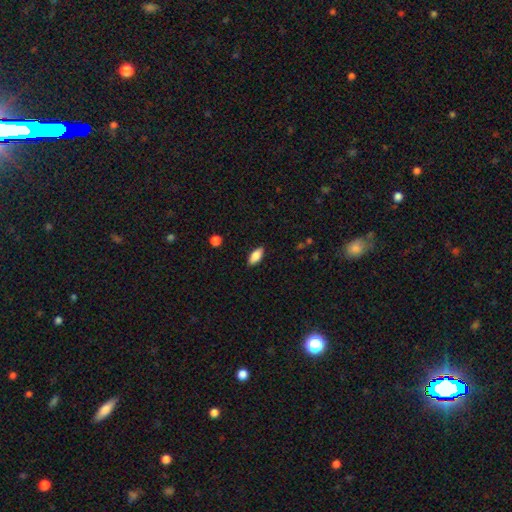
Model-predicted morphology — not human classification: Smooth or featured? Predicted: smooth (p=0.84). How rounded? Predicted: in between (p=0.87). Merging? Predicted: none (p=0.88).